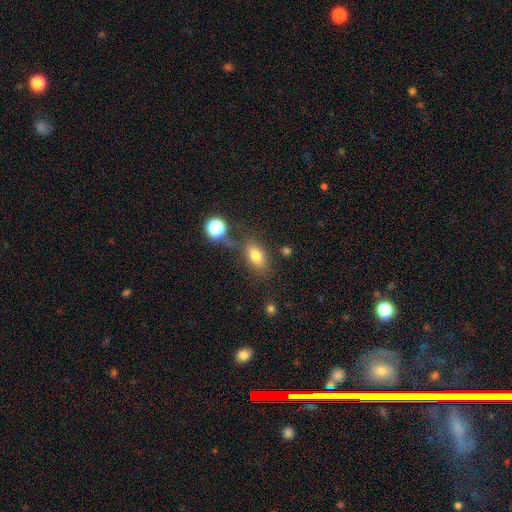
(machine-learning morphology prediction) This appears to be a smooth galaxy with no disk features (77%) that is in between round and cigar-shaped (82%). Merging: none (67%).